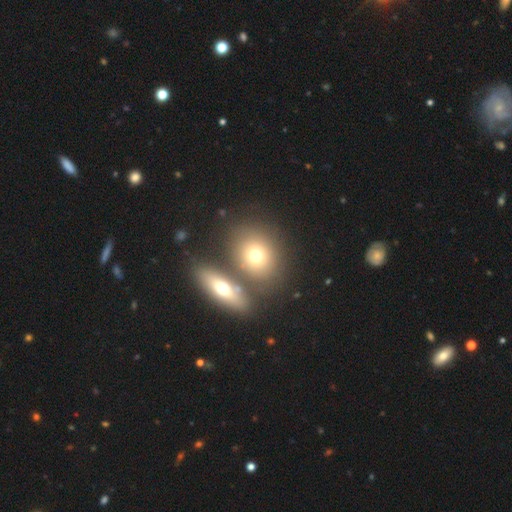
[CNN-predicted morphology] smooth 70%, featured or disk 20%, star or artifact 10%. Down the decision tree: how rounded — round (59%); merging — none (61%).